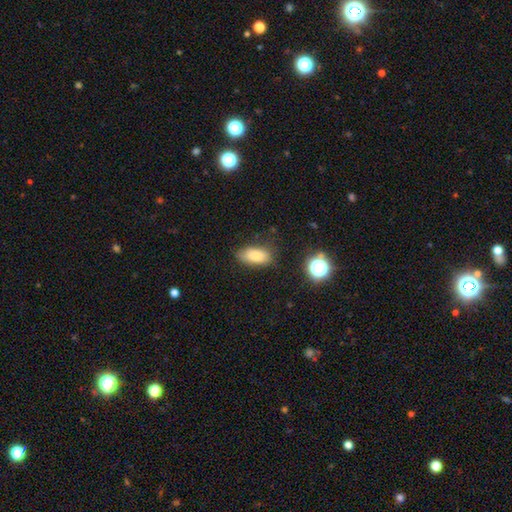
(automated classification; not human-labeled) smooth-or-featured: smooth: 83% | star or artifact: 10% | featured or disk: 8%
  how-rounded: in between: 87% | cigar-shaped: 8% | round: 5%
  merging: none: 75% | minor disturbance: 18% | major disturbance: 4% | merger: 2%